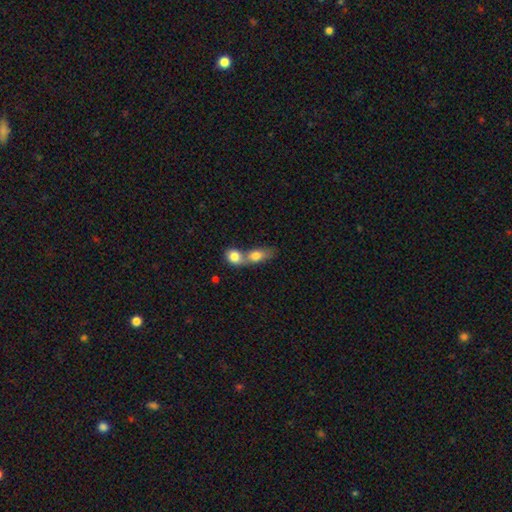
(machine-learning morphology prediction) This is likely a smooth galaxy (78%). How rounded: likely in between (68%). Merging: likely merger (71%).